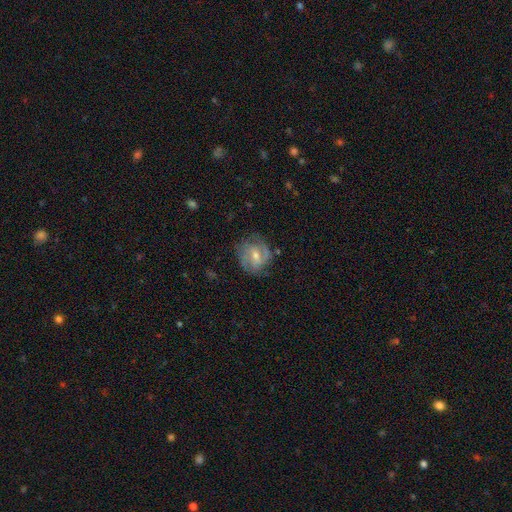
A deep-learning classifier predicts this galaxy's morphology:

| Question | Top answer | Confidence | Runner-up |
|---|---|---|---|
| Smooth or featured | featured or disk | 70% | smooth (21%) |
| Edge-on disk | no | 97% | yes (3%) |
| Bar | weak | 50% | no (33%) |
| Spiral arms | yes | 88% | no (12%) |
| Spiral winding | tight | 44% | medium (41%) |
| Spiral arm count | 2 | 56% | can't tell (23%) |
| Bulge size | moderate | 53% | small (42%) |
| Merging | none | 73% | minor disturbance (18%) |